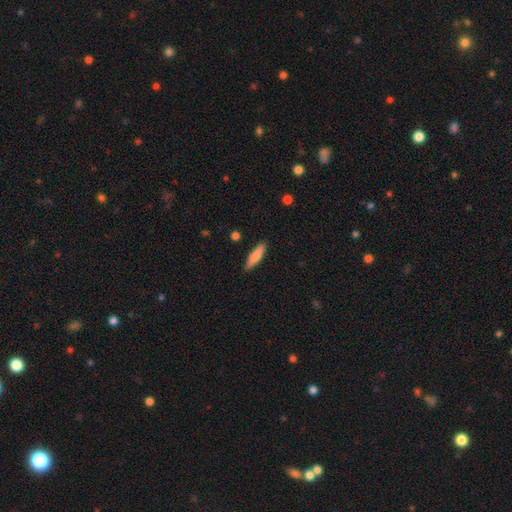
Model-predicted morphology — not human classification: Q: Smooth or featured?
A: smooth (80%); runner-up: featured or disk (15%)
Q: How rounded?
A: cigar-shaped (73%); runner-up: in between (26%)
Q: Merging?
A: none (87%); runner-up: minor disturbance (10%)